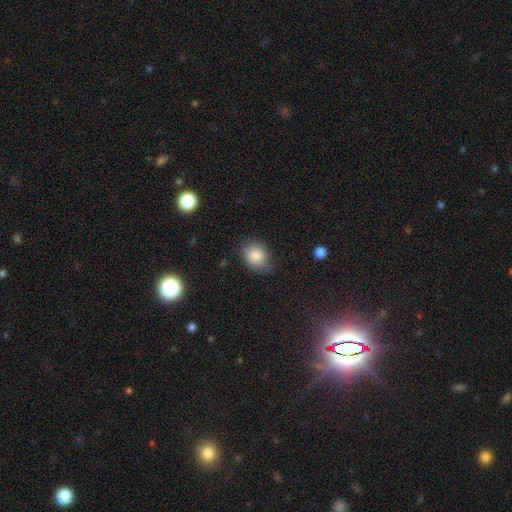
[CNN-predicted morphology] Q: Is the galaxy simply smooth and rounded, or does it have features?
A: smooth — 85%.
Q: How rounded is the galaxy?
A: in between — 55%.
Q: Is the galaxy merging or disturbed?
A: none — 68%.